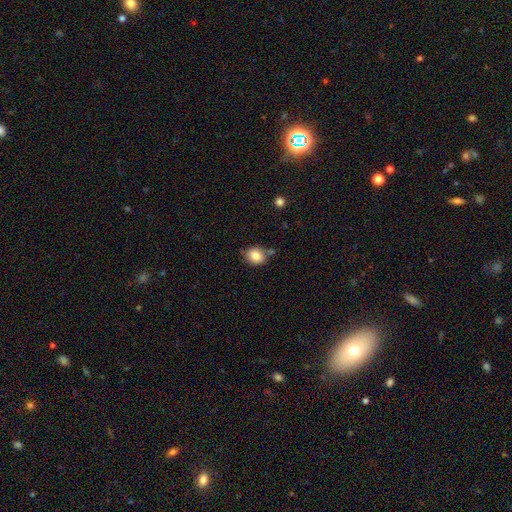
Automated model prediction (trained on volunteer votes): This appears to be a smooth galaxy with no disk features (82%) that is round (52%). Merging: none (63%).